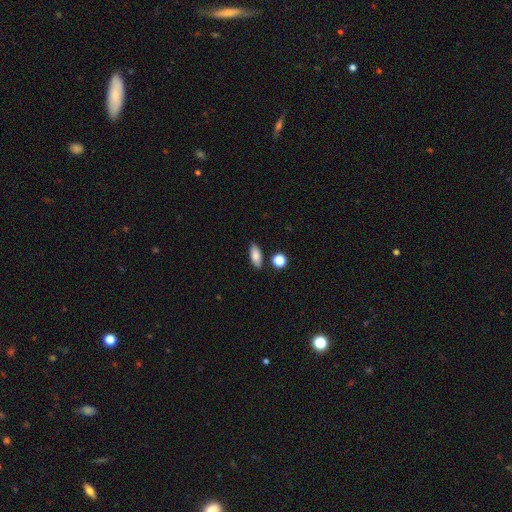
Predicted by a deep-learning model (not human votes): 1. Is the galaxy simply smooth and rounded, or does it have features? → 80% smooth, 12% featured or disk, 8% star or artifact.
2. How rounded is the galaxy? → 76% in between, 20% cigar-shaped, 5% round.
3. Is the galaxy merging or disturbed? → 83% none, 10% minor disturbance, 5% merger, 2% major disturbance.